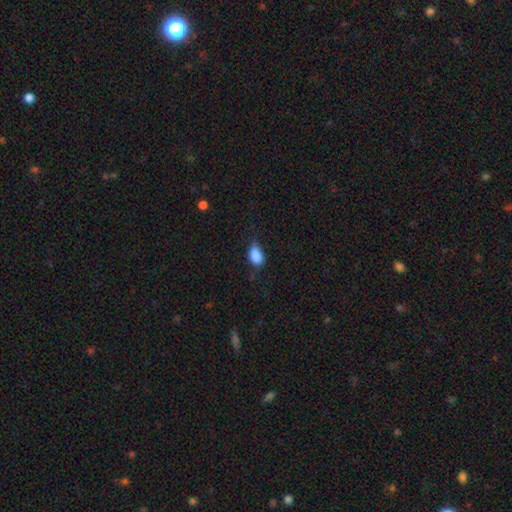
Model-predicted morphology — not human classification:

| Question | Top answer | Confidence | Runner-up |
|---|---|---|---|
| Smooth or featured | smooth | 87% | star or artifact (8%) |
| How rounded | in between | 83% | round (15%) |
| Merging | none | 51% | minor disturbance (37%) |